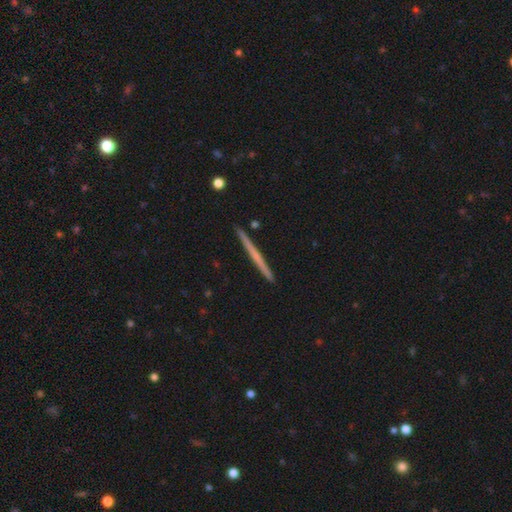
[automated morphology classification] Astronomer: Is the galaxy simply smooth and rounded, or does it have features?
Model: featured or disk — 51% (runner-up: smooth, 43%).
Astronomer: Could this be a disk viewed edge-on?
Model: yes — 98%.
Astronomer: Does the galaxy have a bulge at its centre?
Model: none — 88%.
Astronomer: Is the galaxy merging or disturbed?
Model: none — 93%.